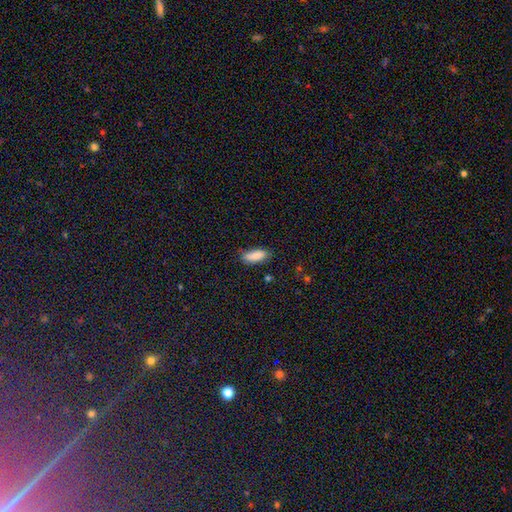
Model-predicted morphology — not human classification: This is clearly a smooth galaxy (86%). How rounded: likely in between (75%). Merging: likely none (74%).